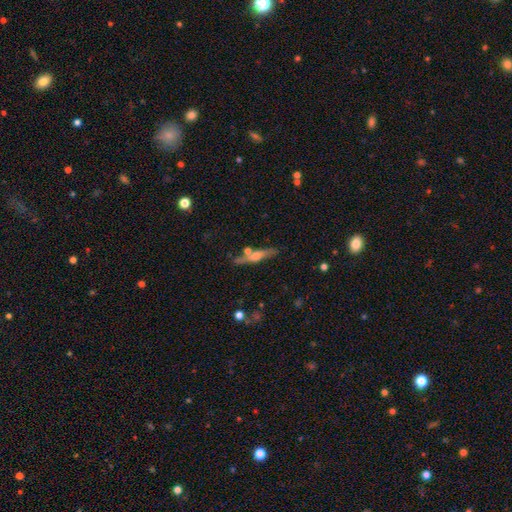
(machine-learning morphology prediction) This appears to be a featured or disk galaxy (58%) viewed edge-on (92%) with a rounded central bulge (81%). Merging: none (72%).